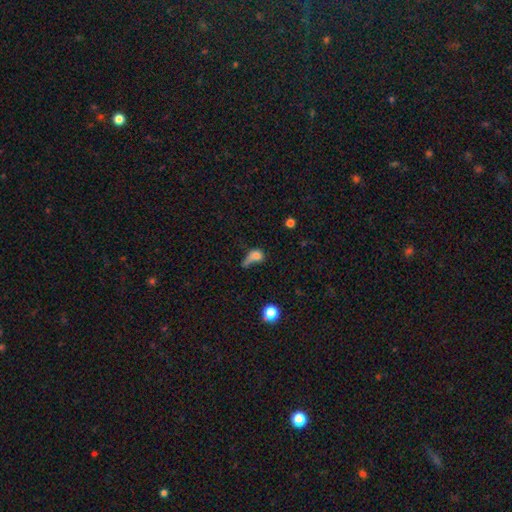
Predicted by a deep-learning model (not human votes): A smooth galaxy with no disk features (67%) that is in between round and cigar-shaped (47%). Merging: major disturbance (38%).